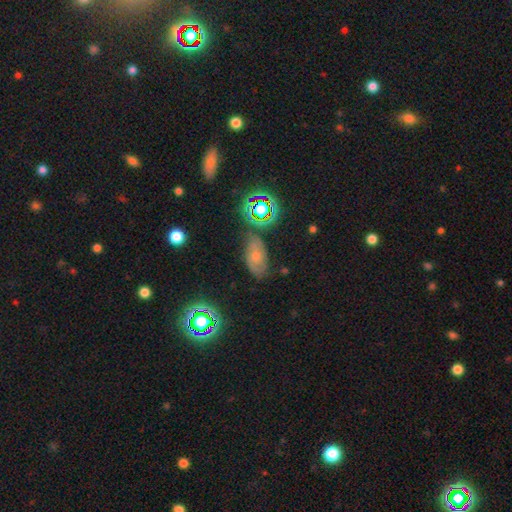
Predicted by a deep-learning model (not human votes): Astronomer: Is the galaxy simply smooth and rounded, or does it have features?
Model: smooth — 42% (runner-up: featured or disk, 32%).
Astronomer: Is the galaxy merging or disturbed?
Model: none — 65%.